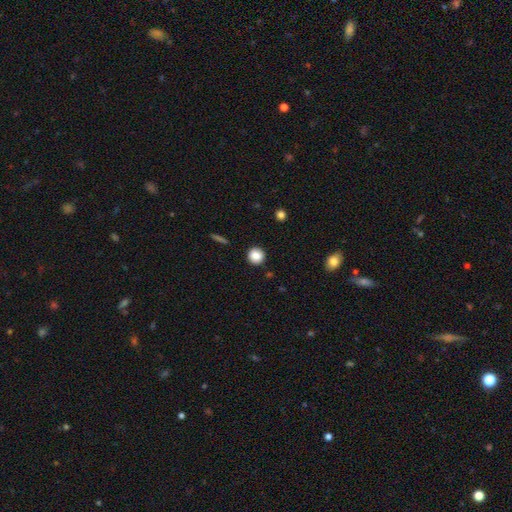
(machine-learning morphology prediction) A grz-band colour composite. It shows a smooth galaxy with no disk features (85%) that is round (94%). Merging: none (92%).